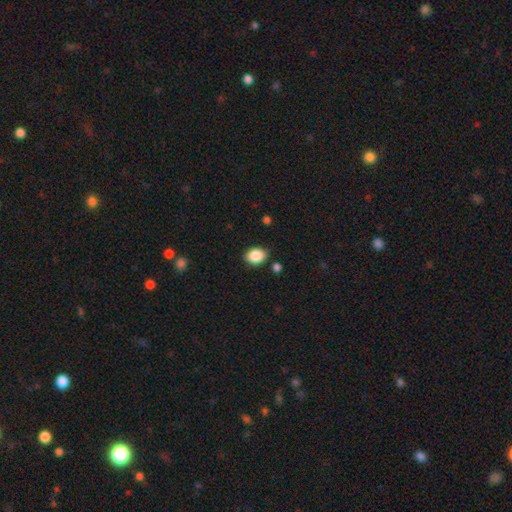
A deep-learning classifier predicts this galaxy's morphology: The model was most divided on "how rounded": in between: 67%, round: 32%, cigar-shaped: 1%. More confident: smooth or featured — smooth (87%); merging — none (83%).